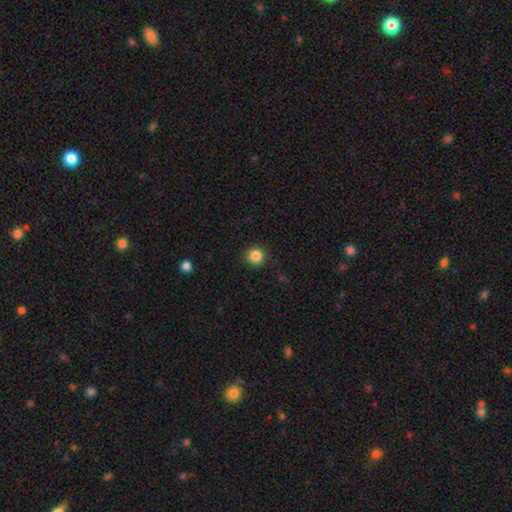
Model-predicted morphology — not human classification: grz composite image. It shows a smooth galaxy with no disk features (86%) that is round (93%). Merging: none (90%).